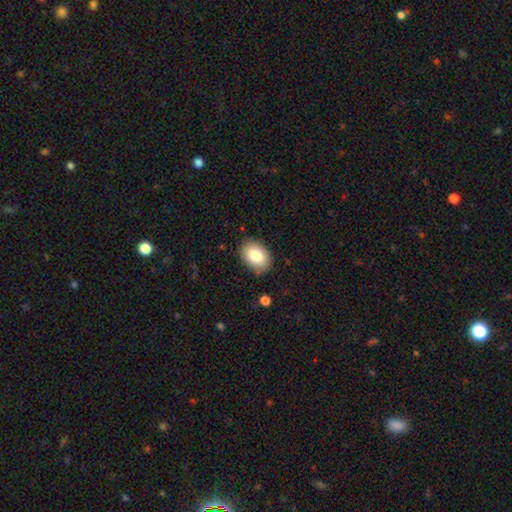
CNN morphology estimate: Smooth or featured? Predicted: smooth (p=0.83). How rounded? Predicted: in between (p=0.80). Merging? Predicted: none (p=0.85).